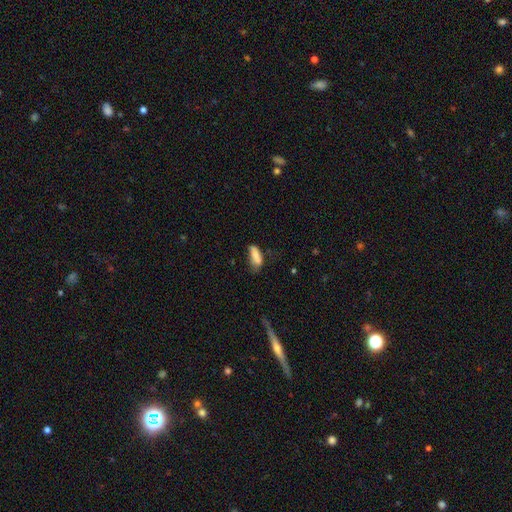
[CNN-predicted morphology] Overall: smooth (81%). How rounded: in between (62%; cigar-shaped 35%). Merging: none (47%; minor disturbance 33%).